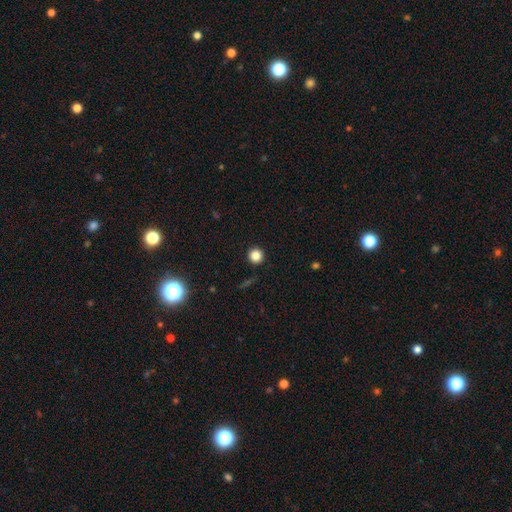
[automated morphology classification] smooth 84%, star or artifact 12%, featured or disk 4%. Down the decision tree: how rounded — round (95%); merging — none (92%).